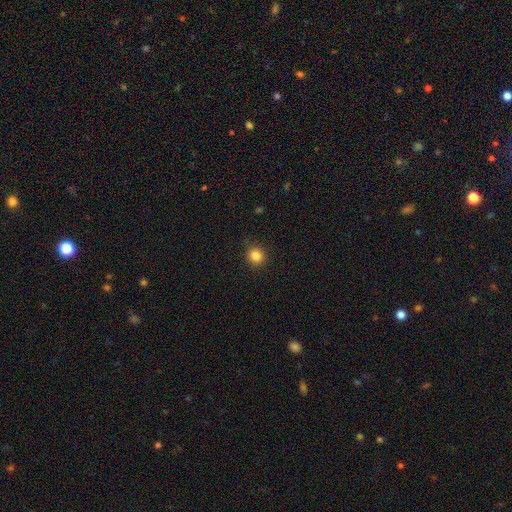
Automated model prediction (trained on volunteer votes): Overall: smooth (84%). How rounded: round (91%). Merging: none (89%).